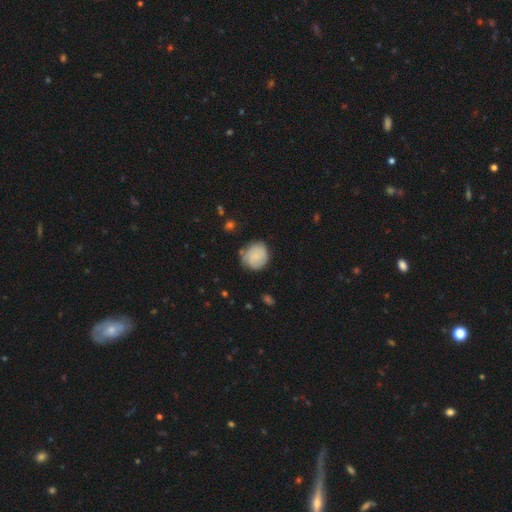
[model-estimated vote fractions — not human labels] Smooth or featured? Predicted: smooth (p=0.76). How rounded? Predicted: round (p=0.82). Merging? Predicted: none (p=0.67).